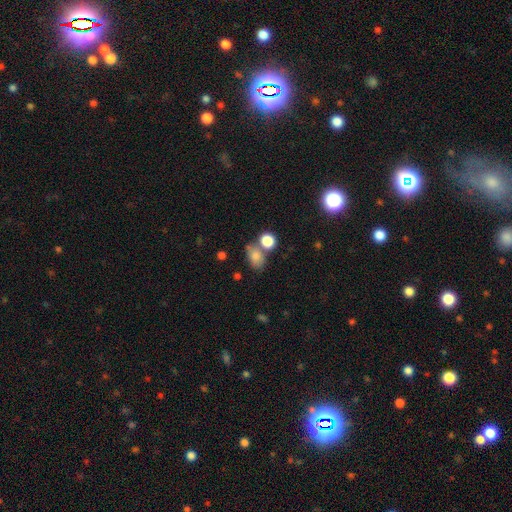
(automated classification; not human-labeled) A smooth galaxy with no disk features (78%) that is in between round and cigar-shaped (68%).

Vote fractions:
- Smooth or featured? smooth: 78% / star or artifact: 12% / featured or disk: 10%
- How rounded? in between: 68% / round: 30% / cigar-shaped: 2%
- Merging? none: 51% / merger: 27% / minor disturbance: 15% / major disturbance: 6%